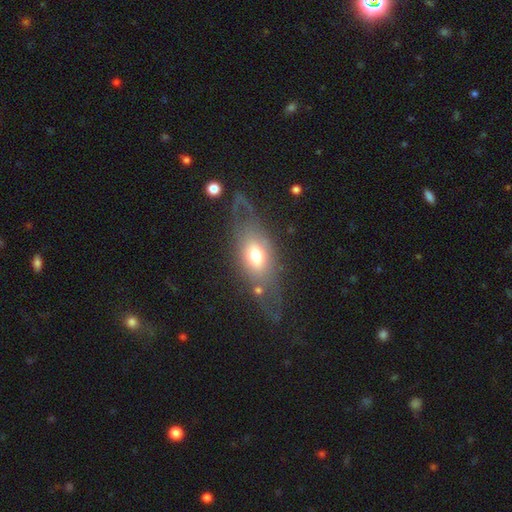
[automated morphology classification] smooth_or_featured: smooth (p=0.46) [alt: featured or disk p=0.45]
merging: none (p=0.54) [alt: major disturbance p=0.22]